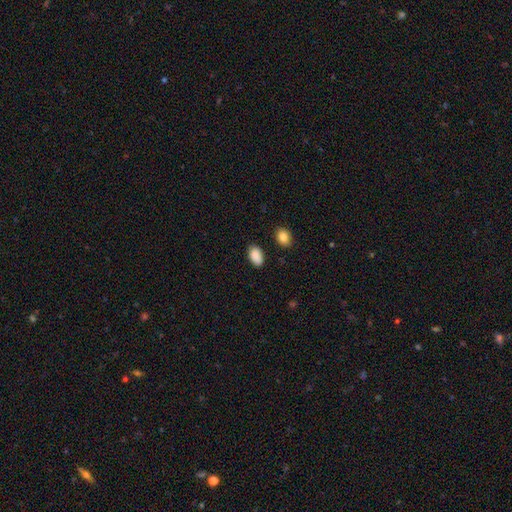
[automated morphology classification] Q: Smooth or featured?
A: smooth (89%); runner-up: star or artifact (8%)
Q: How rounded?
A: in between (91%); runner-up: round (7%)
Q: Merging?
A: none (83%); runner-up: minor disturbance (13%)